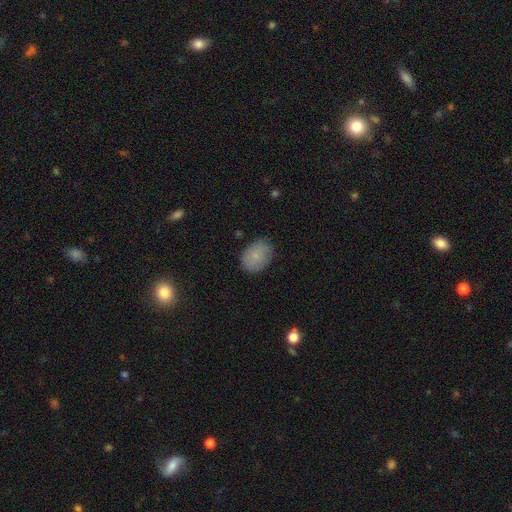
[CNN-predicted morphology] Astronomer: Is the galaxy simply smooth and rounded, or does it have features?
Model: smooth — 83%.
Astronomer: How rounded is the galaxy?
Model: in between — 70%.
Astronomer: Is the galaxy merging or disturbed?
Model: none — 80%.